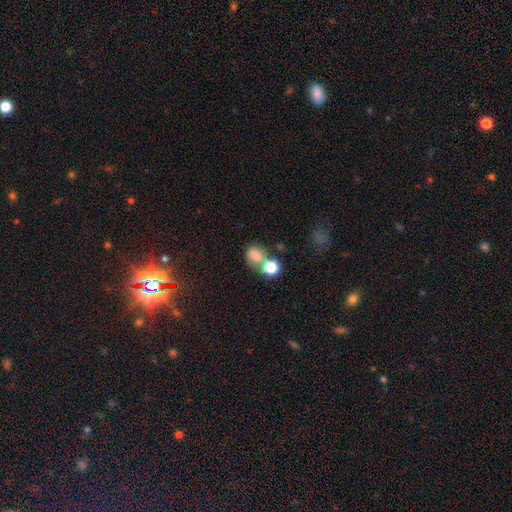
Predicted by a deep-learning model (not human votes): Smooth or featured? smooth (71%)
How rounded? round (53%)
Merging? merger (45%)